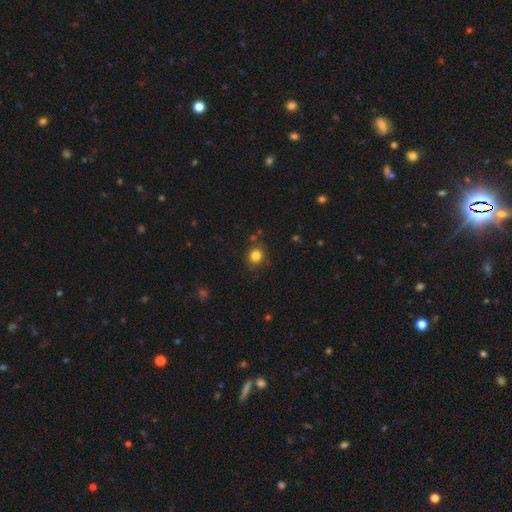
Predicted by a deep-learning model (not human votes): Morphology: type=smooth (82%); roundness=round (82%); merging=none (83%).